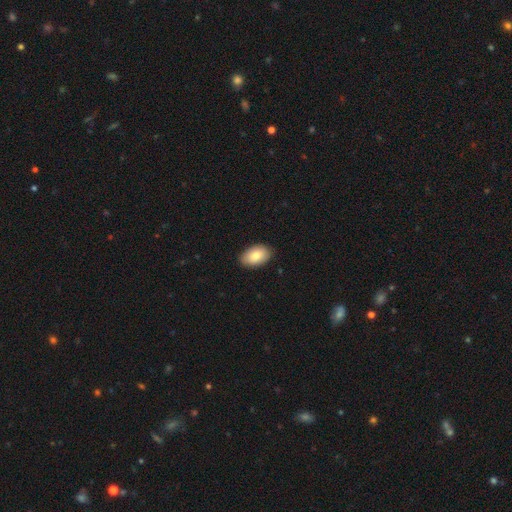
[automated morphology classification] A smooth galaxy with no disk features (82%) that is in between round and cigar-shaped (93%).

Vote fractions:
- Smooth or featured? smooth: 82% / featured or disk: 11% / star or artifact: 7%
- How rounded? in between: 93% / round: 6% / cigar-shaped: 1%
- Merging? none: 88% / minor disturbance: 9% / major disturbance: 2% / merger: 1%